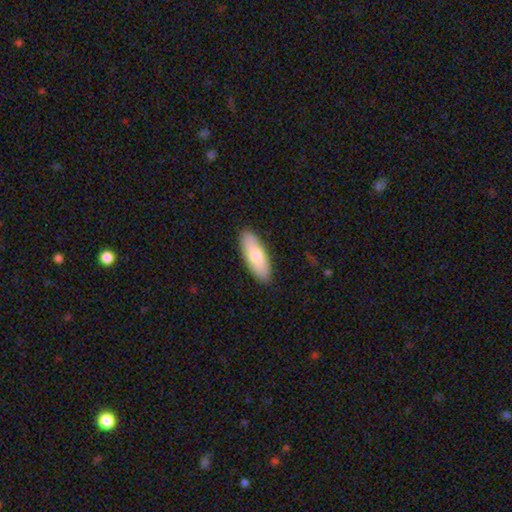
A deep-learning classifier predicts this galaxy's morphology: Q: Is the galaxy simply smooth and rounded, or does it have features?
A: smooth — 75%.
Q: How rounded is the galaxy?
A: in between — 69%.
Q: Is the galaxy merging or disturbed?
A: none — 89%.